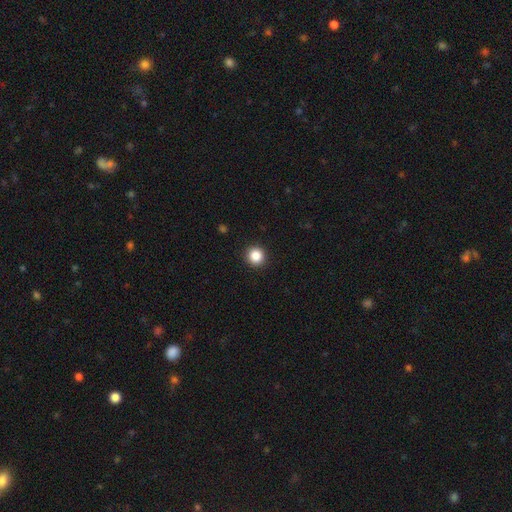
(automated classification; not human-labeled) Smooth or featured?
  - smooth: 86% *
  - star or artifact: 11%
  - featured or disk: 3%
How rounded?
  - round: 95% *
  - in between: 4%
  - cigar-shaped: 1%
Merging?
  - none: 93% *
  - minor disturbance: 5%
  - major disturbance: 2%
  - merger: 1%